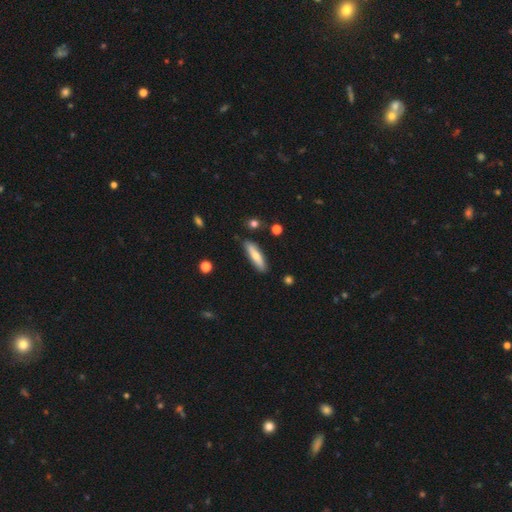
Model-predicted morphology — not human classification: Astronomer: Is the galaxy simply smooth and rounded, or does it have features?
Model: smooth — 65%.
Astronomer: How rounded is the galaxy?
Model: cigar-shaped — 73%.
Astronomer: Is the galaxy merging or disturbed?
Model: none — 85%.